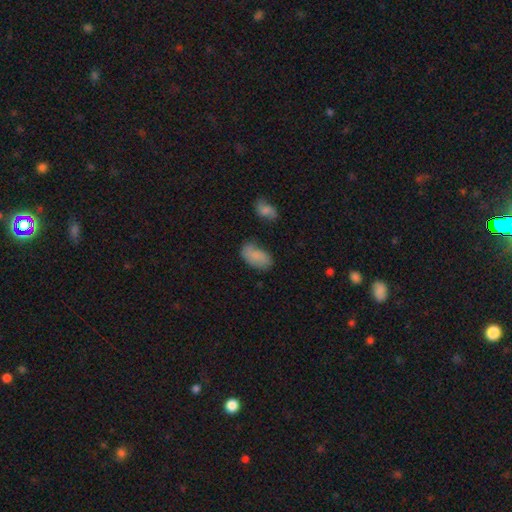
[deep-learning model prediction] Morphology: type=smooth (79%); roundness=in between (94%); merging=none (59%).